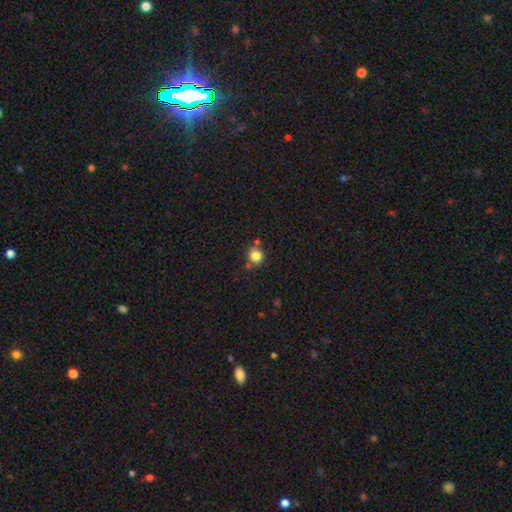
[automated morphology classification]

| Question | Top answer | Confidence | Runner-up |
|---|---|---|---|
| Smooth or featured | smooth | 82% | star or artifact (12%) |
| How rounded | round | 90% | in between (9%) |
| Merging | none | 67% | minor disturbance (15%) |